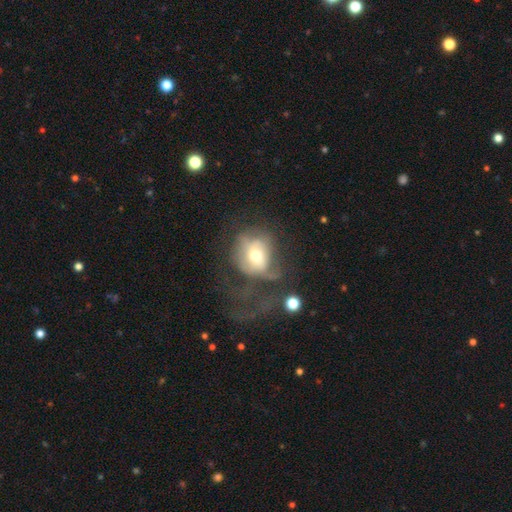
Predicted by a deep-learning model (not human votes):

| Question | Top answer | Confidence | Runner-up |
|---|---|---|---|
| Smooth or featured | featured or disk | 47% | smooth (42%) |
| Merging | major disturbance | 55% | none (23%) |